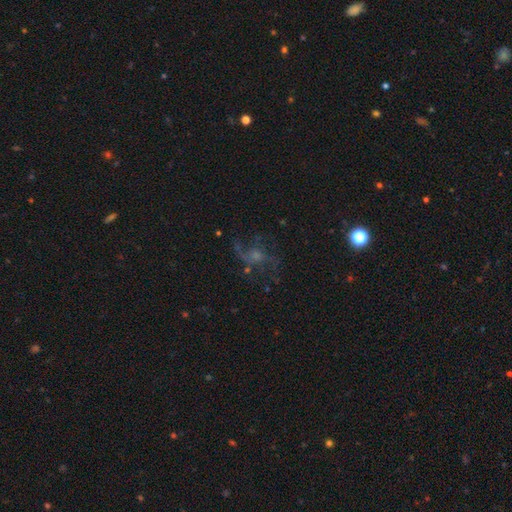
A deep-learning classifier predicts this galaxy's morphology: featured or disk 62%, star or artifact 21%, smooth 17%. Down the decision tree: edge-on disk — no (96%); bar — no (73%); spiral arms — yes (79%); bulge size — small (45%); merging — none (54%).